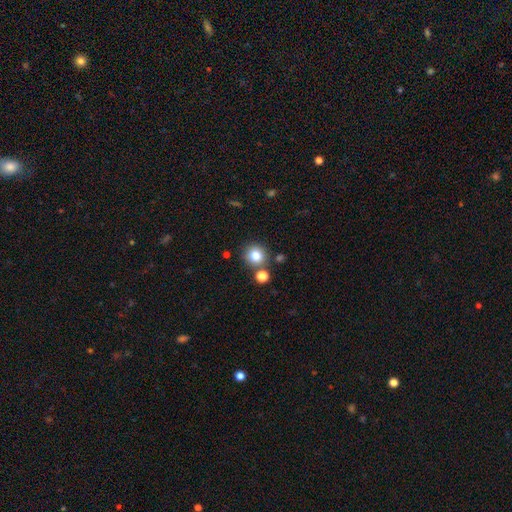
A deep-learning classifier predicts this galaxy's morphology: This appears to be a smooth galaxy with no disk features (79%) that is round (92%). Merging: none (79%).